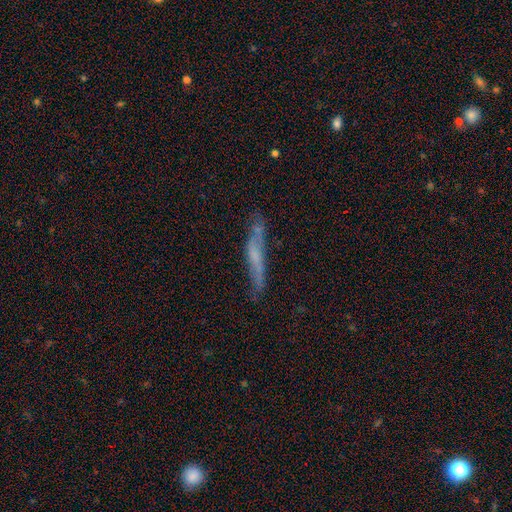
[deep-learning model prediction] This appears to be a featured or disk galaxy (49%). Merging: none (60%).